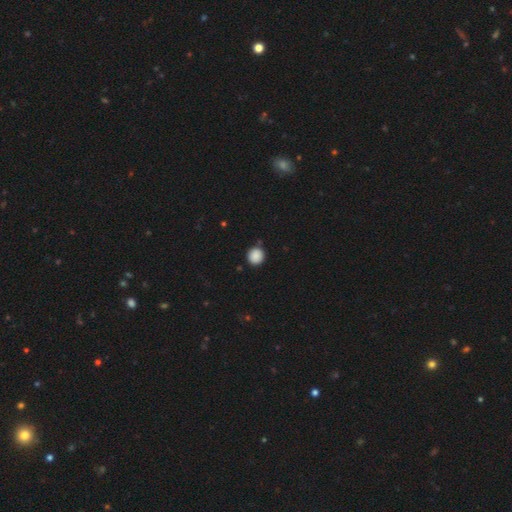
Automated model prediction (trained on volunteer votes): smooth_or_featured: smooth (p=0.88) [alt: star or artifact p=0.09]
how_rounded: round (p=0.92) [alt: in between p=0.07]
merging: none (p=0.88) [alt: minor disturbance p=0.08]